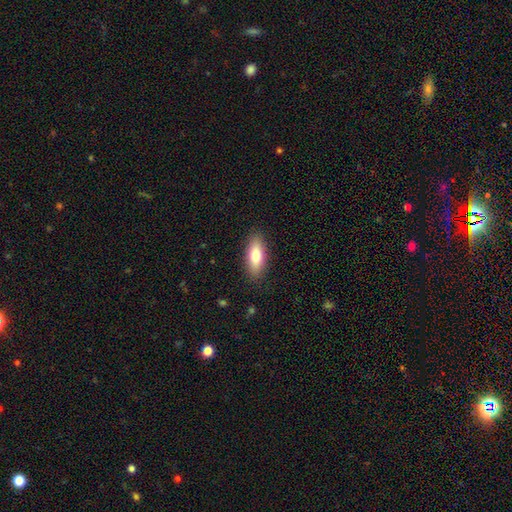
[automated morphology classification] smooth_or_featured: smooth (p=0.75) [alt: featured or disk p=0.18]
how_rounded: in between (p=0.73) [alt: cigar-shaped p=0.25]
merging: none (p=0.87) [alt: minor disturbance p=0.09]